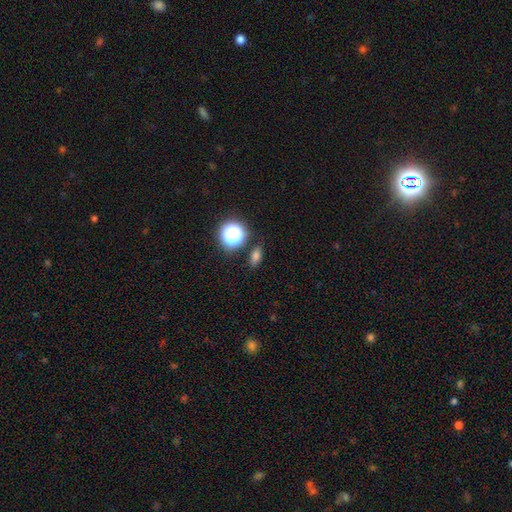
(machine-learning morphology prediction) smooth-or-featured: smooth: 72% | star or artifact: 20% | featured or disk: 8%
  how-rounded: in between: 70% | round: 22% | cigar-shaped: 7%
  merging: none: 81% | minor disturbance: 12% | major disturbance: 4% | merger: 4%